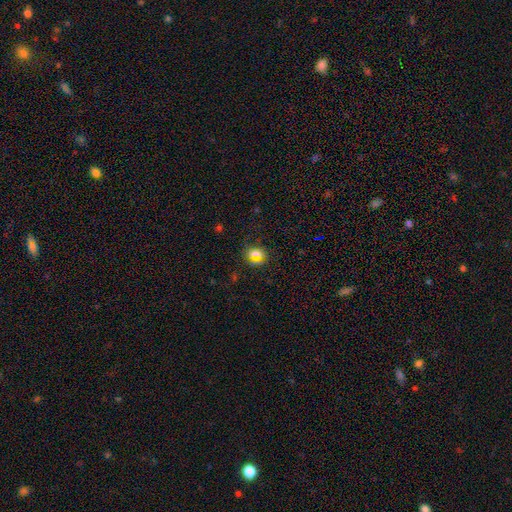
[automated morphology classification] Overall: smooth (64%; star or artifact 26%). How rounded: round (51%; in between 44%). Merging: none (79%).